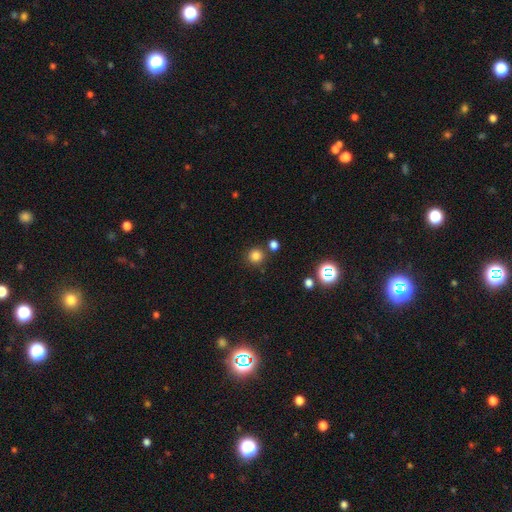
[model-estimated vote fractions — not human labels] smooth_or_featured: smooth (p=0.80) [alt: star or artifact p=0.15]
how_rounded: round (p=0.94) [alt: in between p=0.05]
merging: none (p=0.82) [alt: merger p=0.08]